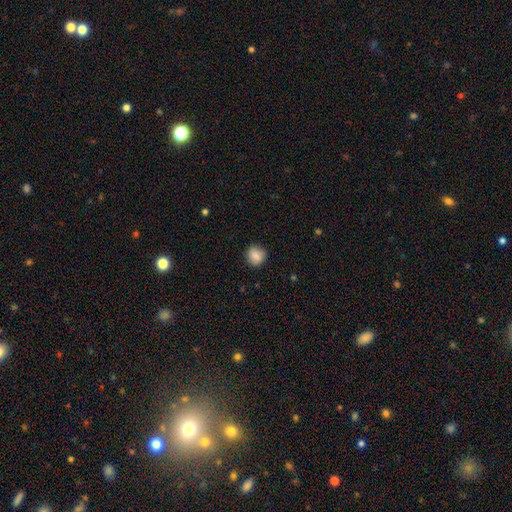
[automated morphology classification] A smooth galaxy with no disk features (79%) that is round (83%). Merging: none (84%).